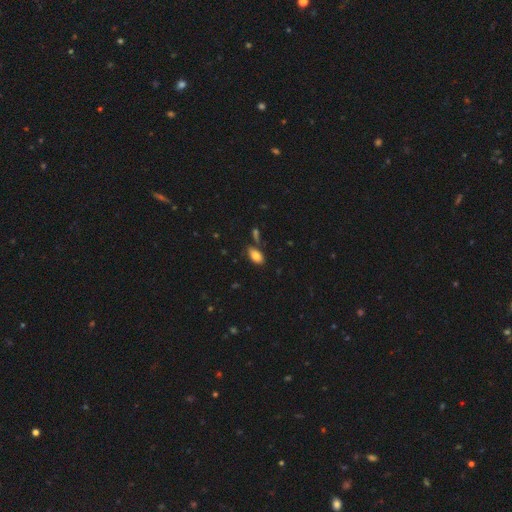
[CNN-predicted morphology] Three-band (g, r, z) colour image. It shows a smooth galaxy with no disk features (83%) that is in between round and cigar-shaped (93%). Merging: none (77%).